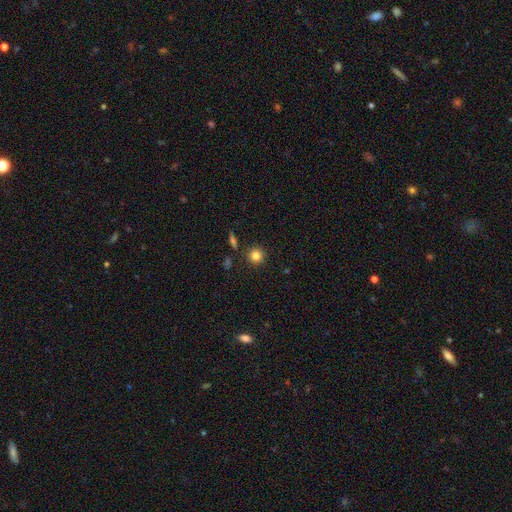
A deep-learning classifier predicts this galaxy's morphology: Smooth or featured? smooth (82%)
How rounded? round (93%)
Merging? none (87%)